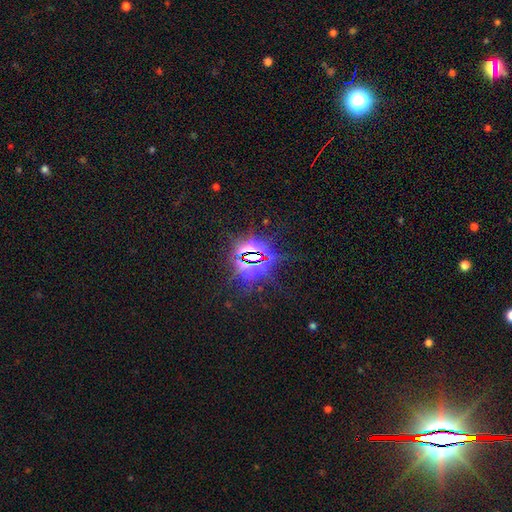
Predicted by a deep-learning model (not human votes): Q: Smooth or featured?
A: star or artifact (85%); runner-up: smooth (8%)